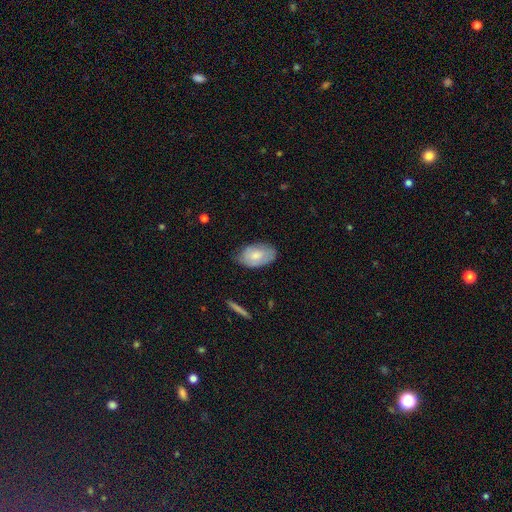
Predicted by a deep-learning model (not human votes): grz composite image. It shows a smooth galaxy with no disk features (70%) that is in between round and cigar-shaped (93%). Merging: none (67%).